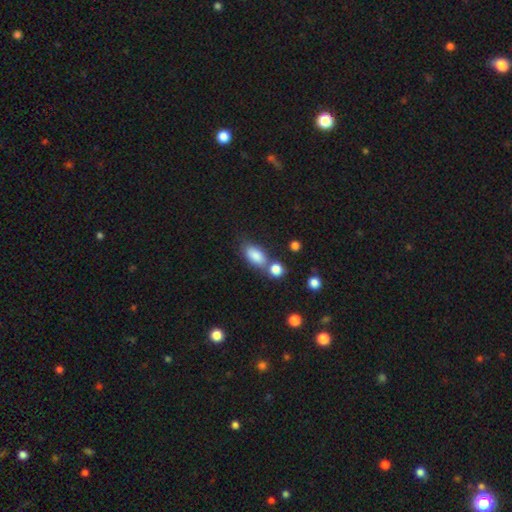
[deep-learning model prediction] This is clearly a smooth galaxy (85%). How rounded: clearly in between (87%). Merging: possibly none (52%).